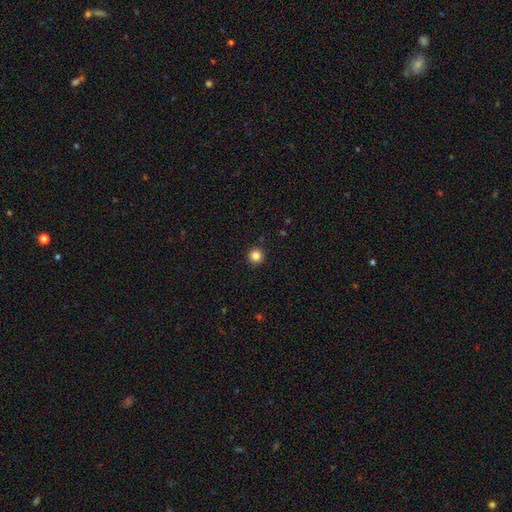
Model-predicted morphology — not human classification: smooth-or-featured: smooth: 85% | star or artifact: 11% | featured or disk: 4%
  how-rounded: round: 96% | in between: 3% | cigar-shaped: 1%
  merging: none: 93% | minor disturbance: 5% | major disturbance: 2% | merger: 1%